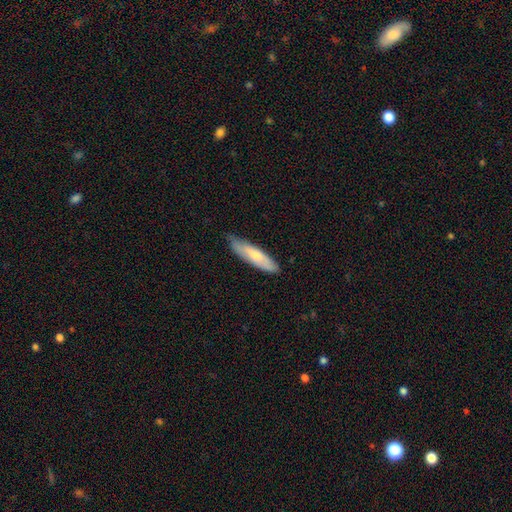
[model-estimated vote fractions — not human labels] Smooth or featured?
  - smooth: 66% *
  - featured or disk: 29%
  - star or artifact: 5%
How rounded?
  - cigar-shaped: 71% *
  - in between: 28%
  - round: 1%
Merging?
  - none: 73% *
  - minor disturbance: 22%
  - major disturbance: 3%
  - merger: 1%